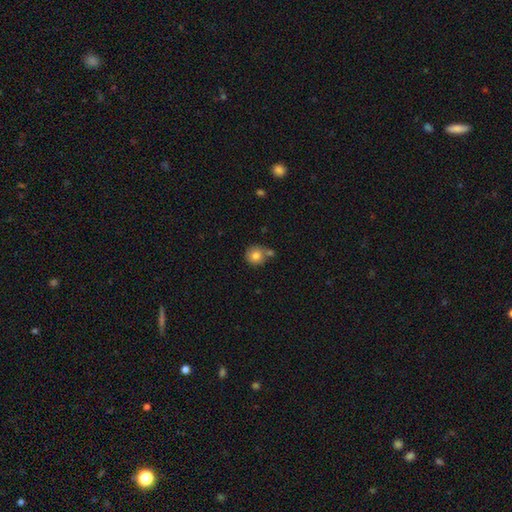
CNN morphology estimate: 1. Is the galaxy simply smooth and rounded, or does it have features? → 81% smooth, 10% featured or disk, 9% star or artifact.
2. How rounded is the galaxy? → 89% round, 10% in between, 1% cigar-shaped.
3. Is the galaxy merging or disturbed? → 58% none, 23% merger, 15% minor disturbance, 4% major disturbance.